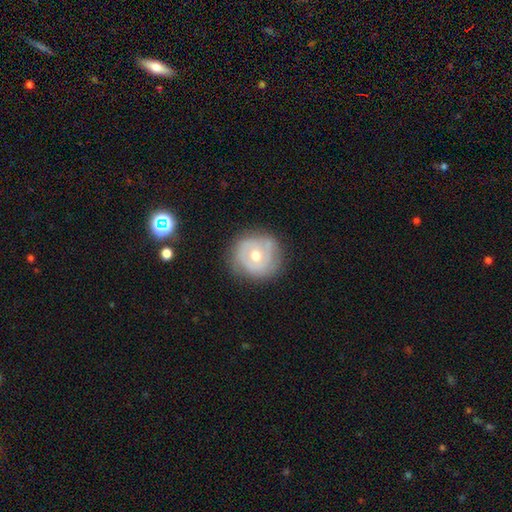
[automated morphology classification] Smooth or featured: featured or disk — 56% (smooth — 35%)
Edge-on disk: no — 96% (yes — 4%)
Bar: no — 79% (weak — 17%)
Spiral arms: yes — 57% (no — 43%)
Bulge size: moderate — 66% (small — 29%)
Merging: none — 75% (minor disturbance — 18%)